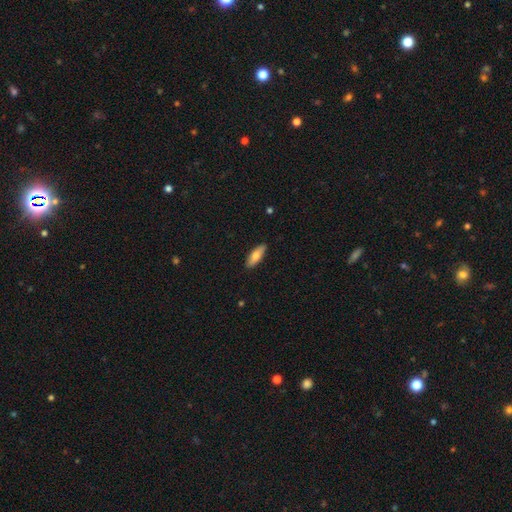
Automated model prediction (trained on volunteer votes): Smooth or featured? Predicted: smooth (p=0.76). How rounded? Predicted: in between (p=0.60). Merging? Predicted: none (p=0.88).